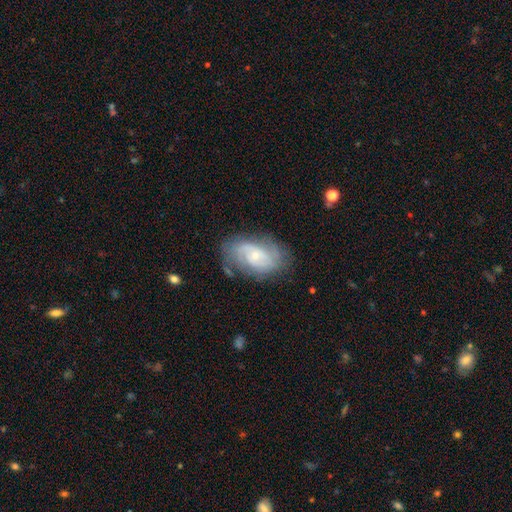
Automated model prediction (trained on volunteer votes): A featured or disk galaxy (71%) with no bar (61%), 2 (48%) tight (44%) spiral arms (87%) and a small central bulge (70%).

Vote fractions:
- Smooth or featured? featured or disk: 71% / smooth: 22% / star or artifact: 7%
- Edge-on disk? no: 96% / yes: 4%
- Bar? no: 61% / weak: 33% / strong: 6%
- Spiral arms? yes: 87% / no: 13%
- Spiral winding? tight: 44% / medium: 38% / loose: 18%
- Spiral arm count? 2: 48% / can't tell: 33% / 3: 8% / 1: 5% / 4: 3% / more than 4: 3%
- Bulge size? small: 70% / moderate: 26% / none: 2% / large: 2% / dominant: 1%
- Merging? none: 67% / minor disturbance: 21% / major disturbance: 9% / merger: 2%